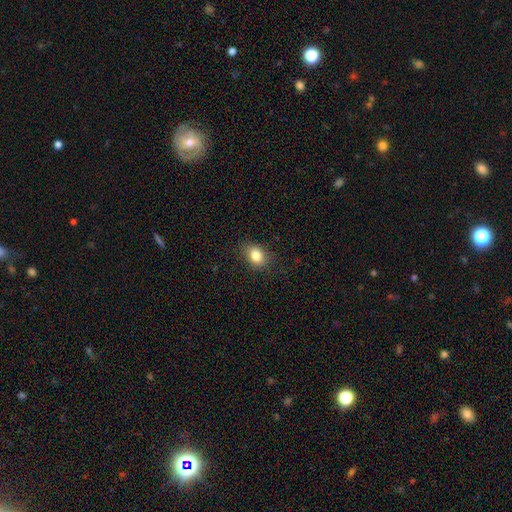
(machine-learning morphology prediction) smooth 83%, star or artifact 10%, featured or disk 7%. Down the decision tree: how rounded — in between (68%); merging — none (85%).